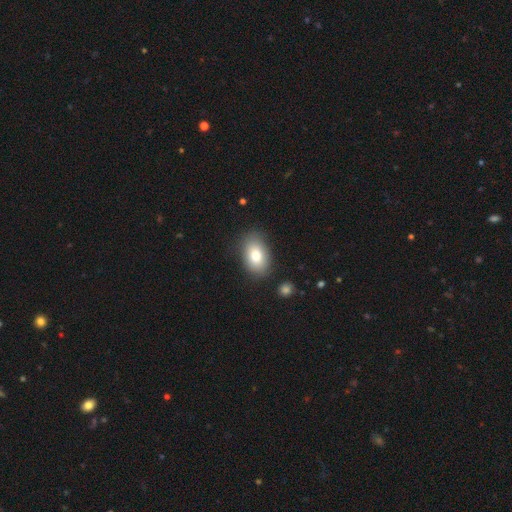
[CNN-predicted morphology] A smooth galaxy with no disk features (81%) that is in between round and cigar-shaped (87%).

Vote fractions:
- Smooth or featured? smooth: 81% / featured or disk: 12% / star or artifact: 8%
- How rounded? in between: 87% / round: 12% / cigar-shaped: 1%
- Merging? none: 81% / minor disturbance: 13% / major disturbance: 3% / merger: 2%